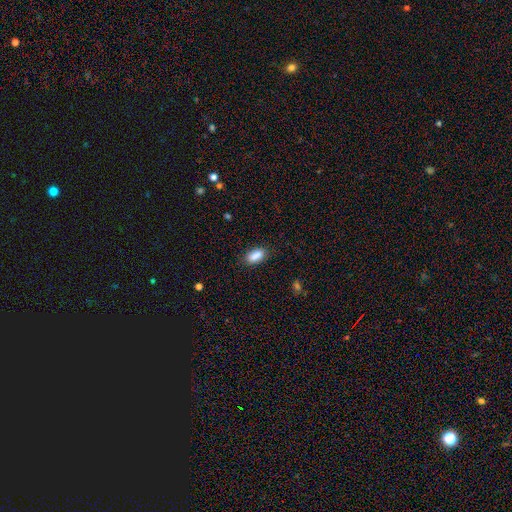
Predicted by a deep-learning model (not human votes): smooth 87%, star or artifact 8%, featured or disk 5%. Down the decision tree: how rounded — in between (86%); merging — none (83%).